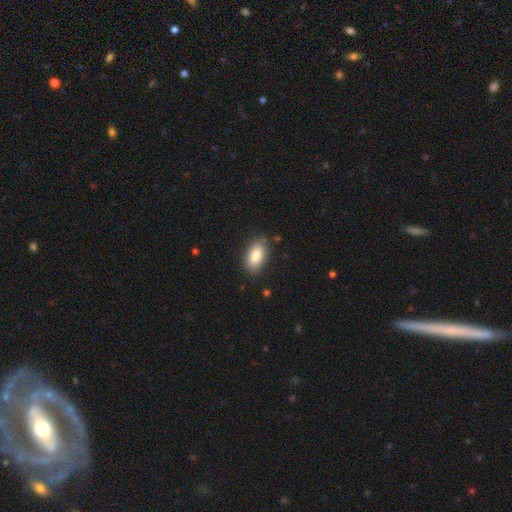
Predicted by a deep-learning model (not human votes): Smooth or featured: smooth — 86% (featured or disk — 7%)
How rounded: in between — 92% (cigar-shaped — 5%)
Merging: none — 83% (minor disturbance — 13%)